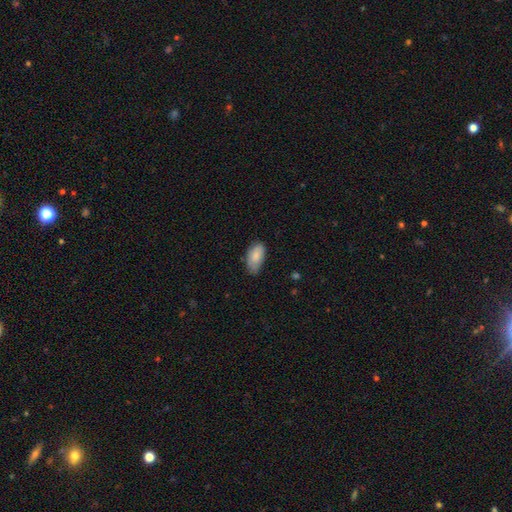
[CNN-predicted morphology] A smooth galaxy with no disk features (84%) that is in between round and cigar-shaped (94%). Merging: none (58%).